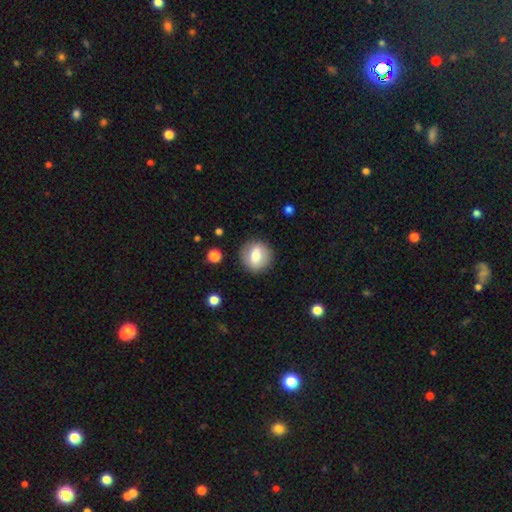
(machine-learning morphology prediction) This appears to be a smooth galaxy with no disk features (68%) that is round (82%). Merging: none (88%).